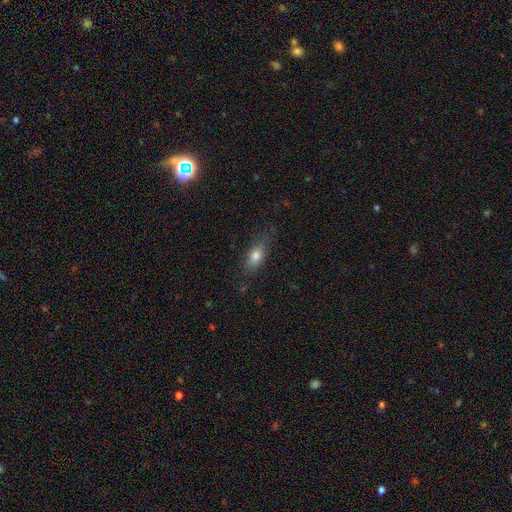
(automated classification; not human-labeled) The model was most divided on "merging": none: 73%, minor disturbance: 19%, major disturbance: 6%, merger: 1%. More confident: how rounded — in between (79%); smooth or featured — smooth (77%).